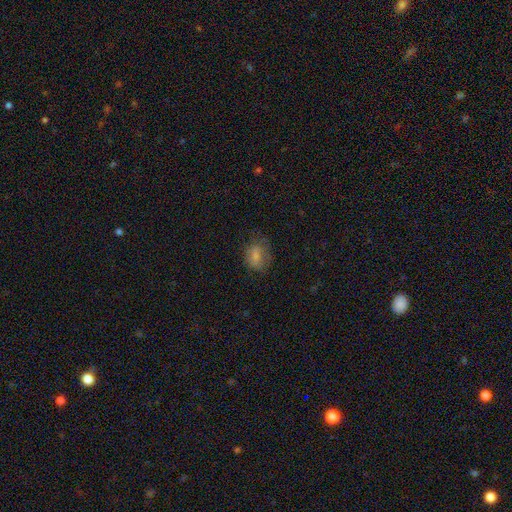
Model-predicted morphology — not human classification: smooth 75%, featured or disk 14%, star or artifact 11%. Down the decision tree: how rounded — in between (62%); merging — none (56%).